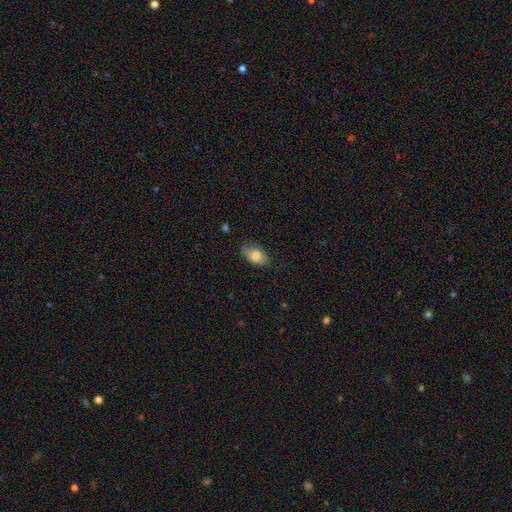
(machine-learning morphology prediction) Smooth or featured: smooth — 81% (featured or disk — 12%)
How rounded: in between — 88% (round — 11%)
Merging: none — 68% (minor disturbance — 25%)